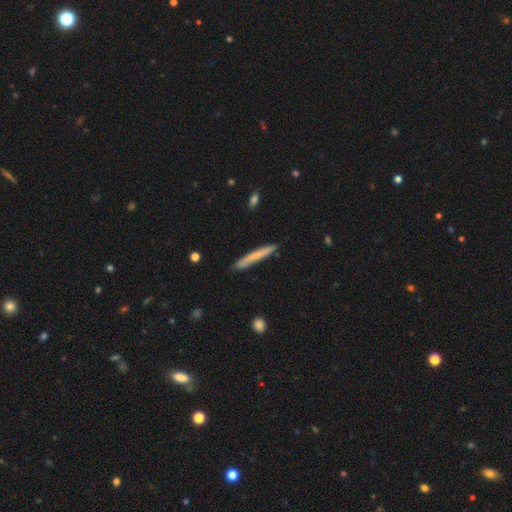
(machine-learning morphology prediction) The model was most divided on "smooth or featured": smooth: 65%, featured or disk: 29%, star or artifact: 6%. More confident: how rounded — cigar-shaped (96%); merging — none (85%).